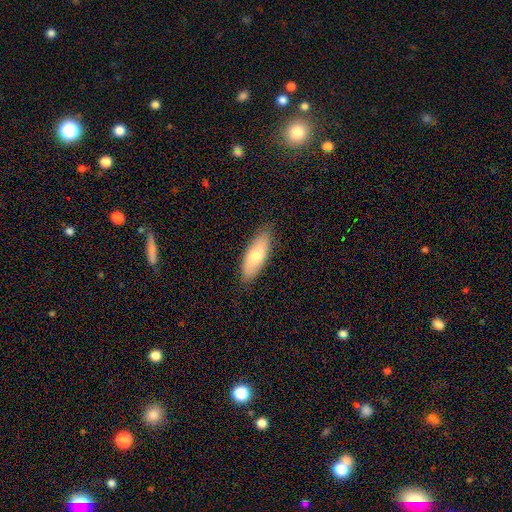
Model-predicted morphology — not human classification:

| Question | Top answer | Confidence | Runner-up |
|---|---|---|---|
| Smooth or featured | smooth | 72% | featured or disk (22%) |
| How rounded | in between | 69% | cigar-shaped (29%) |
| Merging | none | 86% | minor disturbance (11%) |